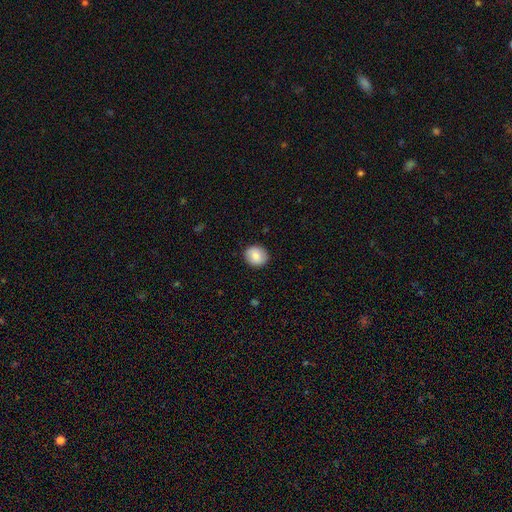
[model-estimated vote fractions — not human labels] A smooth galaxy with no disk features (81%) that is round (79%).

Vote fractions:
- Smooth or featured? smooth: 81% / featured or disk: 12% / star or artifact: 7%
- How rounded? round: 79% / in between: 20% / cigar-shaped: 1%
- Merging? none: 89% / minor disturbance: 8% / major disturbance: 2% / merger: 1%